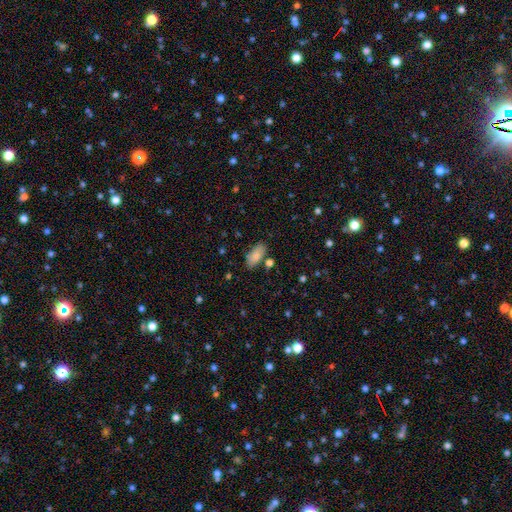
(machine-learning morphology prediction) smooth 85%, featured or disk 7%, star or artifact 7%. Down the decision tree: how rounded — in between (88%); merging — none (79%).